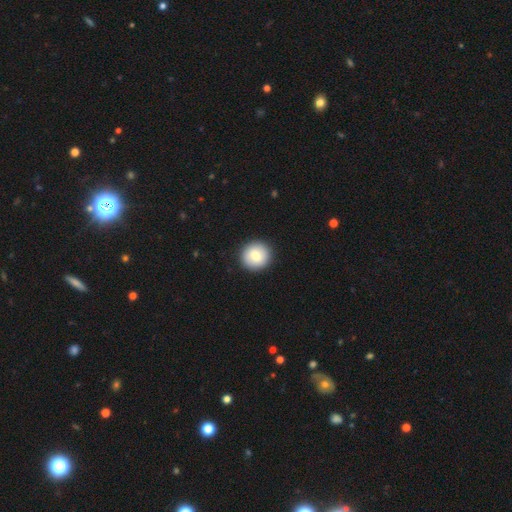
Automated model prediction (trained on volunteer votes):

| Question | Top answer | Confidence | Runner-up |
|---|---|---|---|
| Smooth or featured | smooth | 79% | featured or disk (14%) |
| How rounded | round | 93% | in between (6%) |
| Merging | none | 92% | minor disturbance (5%) |